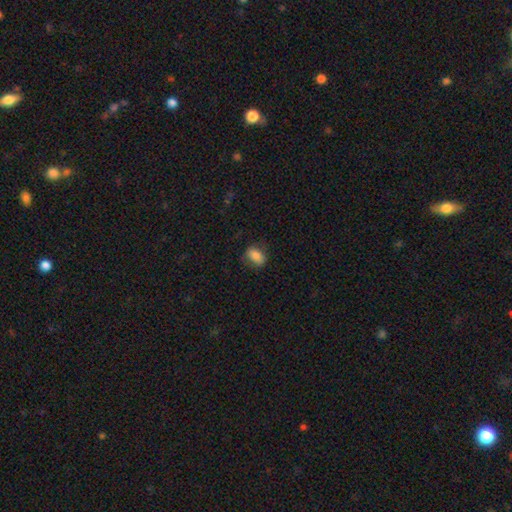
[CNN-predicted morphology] Smooth or featured? Predicted: smooth (p=0.82). How rounded? Predicted: in between (p=0.82). Merging? Predicted: none (p=0.74).